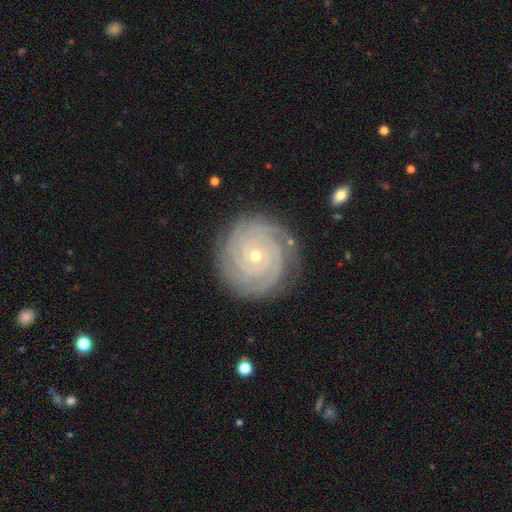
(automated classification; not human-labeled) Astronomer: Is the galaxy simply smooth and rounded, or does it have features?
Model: featured or disk — 91%.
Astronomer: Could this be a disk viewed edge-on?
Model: no — 98%.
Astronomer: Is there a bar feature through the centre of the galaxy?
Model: no — 77%.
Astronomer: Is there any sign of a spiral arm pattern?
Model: yes — 99%.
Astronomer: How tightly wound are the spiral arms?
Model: tight — 91%.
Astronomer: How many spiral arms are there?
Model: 3 — 27% (runner-up: 4, 23%).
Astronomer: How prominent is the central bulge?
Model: small — 70%.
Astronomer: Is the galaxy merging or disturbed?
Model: none — 85%.